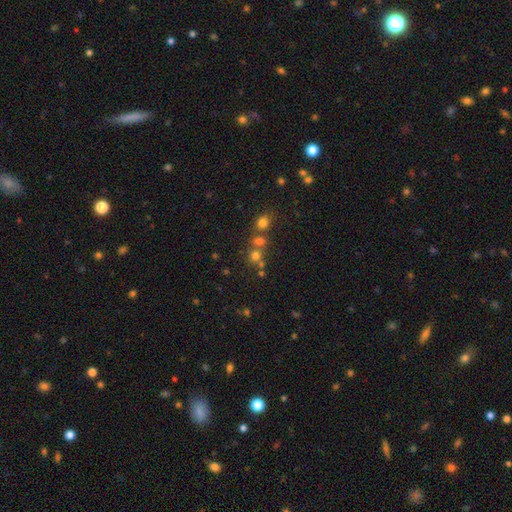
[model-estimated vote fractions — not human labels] smooth_or_featured: smooth (p=0.64) [alt: star or artifact p=0.25]
how_rounded: round (p=0.85) [alt: in between p=0.14]
merging: none (p=0.53) [alt: merger p=0.37]